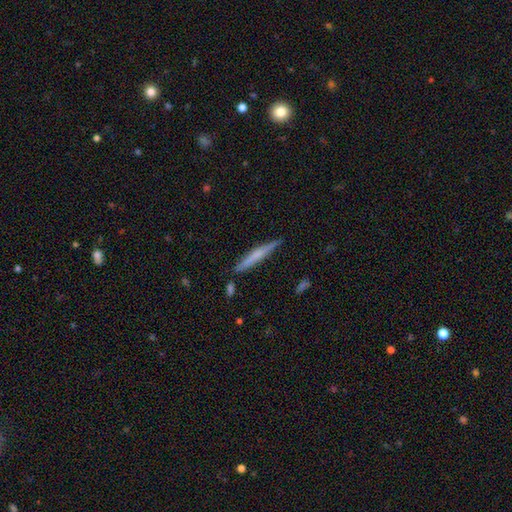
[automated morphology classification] This is possibly a smooth galaxy (50%). How rounded: clearly cigar-shaped (95%). Merging: clearly none (85%).